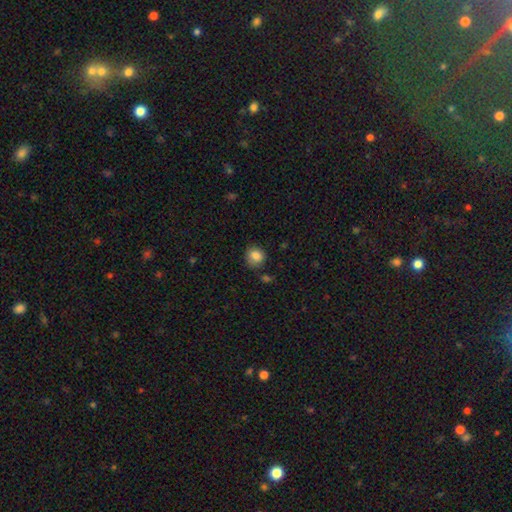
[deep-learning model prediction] The model was most divided on "merging": none: 76%, minor disturbance: 17%, major disturbance: 4%, merger: 4%. More confident: smooth or featured — smooth (85%); how rounded — round (80%).